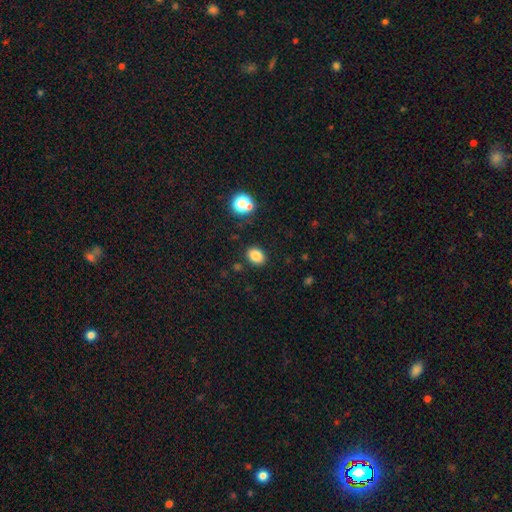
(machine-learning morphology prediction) Smooth or featured? smooth (82%)
How rounded? in between (65%)
Merging? none (87%)